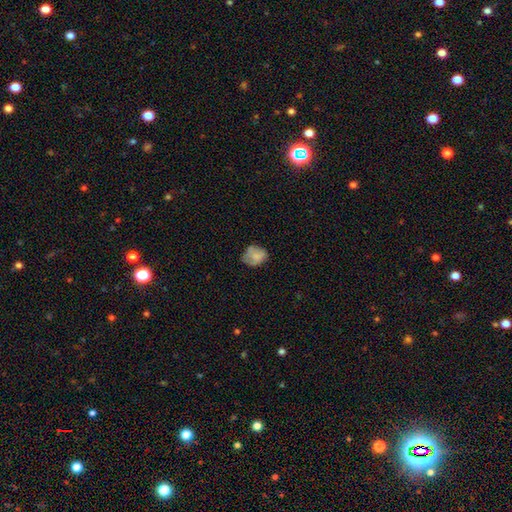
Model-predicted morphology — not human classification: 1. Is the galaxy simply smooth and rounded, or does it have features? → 73% smooth, 18% featured or disk, 9% star or artifact.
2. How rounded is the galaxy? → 54% in between, 45% round, 1% cigar-shaped.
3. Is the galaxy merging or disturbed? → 54% none, 32% minor disturbance, 12% major disturbance, 3% merger.